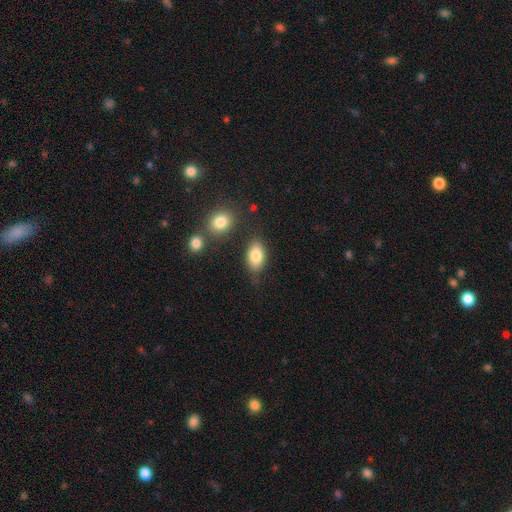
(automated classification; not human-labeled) Overall: smooth (82%). How rounded: in between (88%). Merging: none (72%).